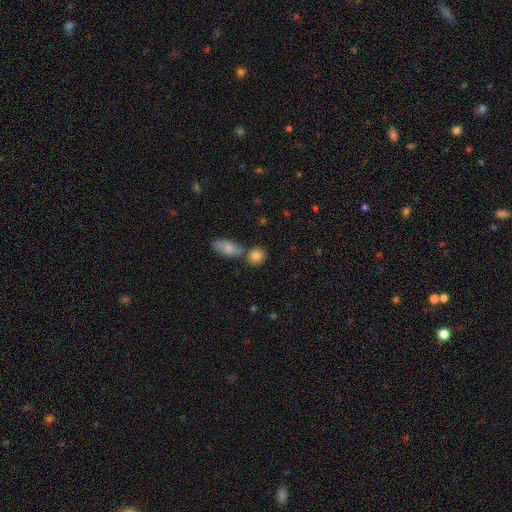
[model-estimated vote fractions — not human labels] smooth_or_featured: smooth (p=0.85) [alt: star or artifact p=0.08]
how_rounded: round (p=0.68) [alt: in between p=0.29]
merging: none (p=0.59) [alt: merger p=0.27]